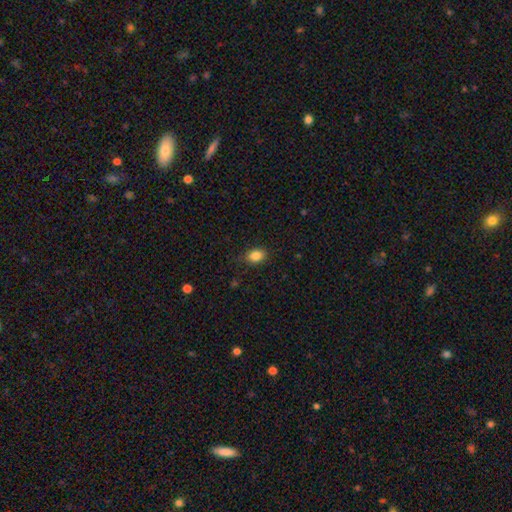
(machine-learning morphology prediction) A smooth galaxy with no disk features (86%) that is in between round and cigar-shaped (73%).

Vote fractions:
- Smooth or featured? smooth: 86% / star or artifact: 9% / featured or disk: 5%
- How rounded? in between: 73% / round: 26% / cigar-shaped: 1%
- Merging? none: 80% / minor disturbance: 15% / major disturbance: 3% / merger: 1%